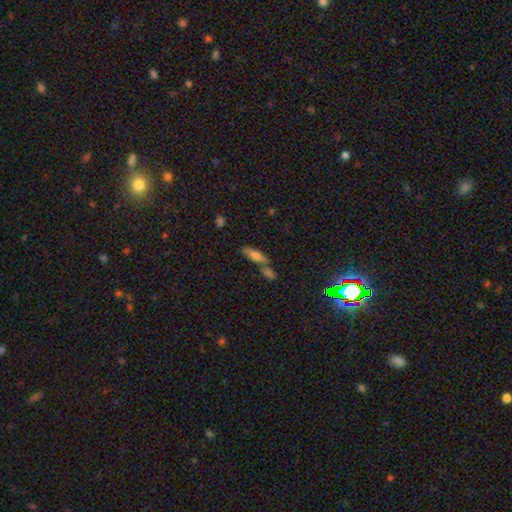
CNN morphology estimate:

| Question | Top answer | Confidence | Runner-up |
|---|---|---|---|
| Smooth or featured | smooth | 62% | featured or disk (23%) |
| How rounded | cigar-shaped | 49% | in between (47%) |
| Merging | none | 46% | merger (37%) |